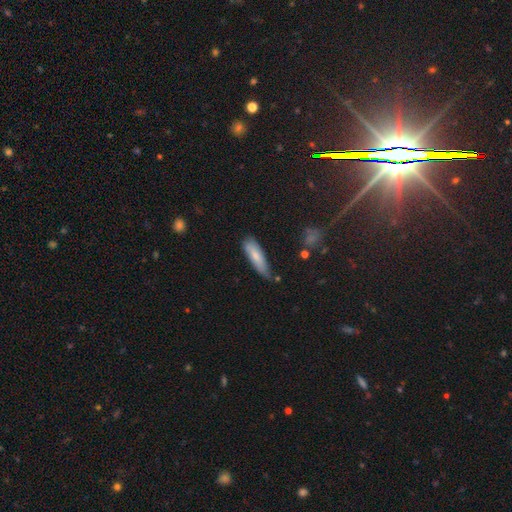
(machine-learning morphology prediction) smooth 74%, featured or disk 19%, star or artifact 6%. Down the decision tree: how rounded — cigar-shaped (58%); merging — none (56%).